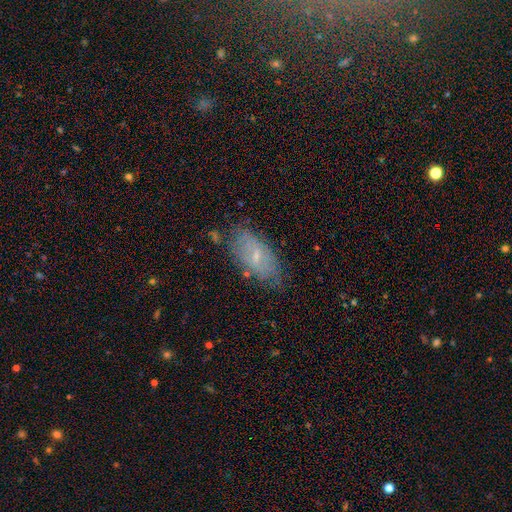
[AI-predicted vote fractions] A featured or disk galaxy (48%). Merging: none (72%).